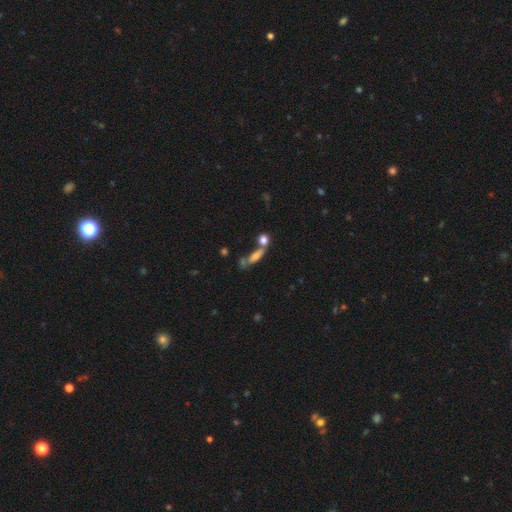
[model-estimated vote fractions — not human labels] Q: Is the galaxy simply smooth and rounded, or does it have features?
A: smooth — 53%.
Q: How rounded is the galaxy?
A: cigar-shaped — 50%.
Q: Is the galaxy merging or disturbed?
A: none — 45%.